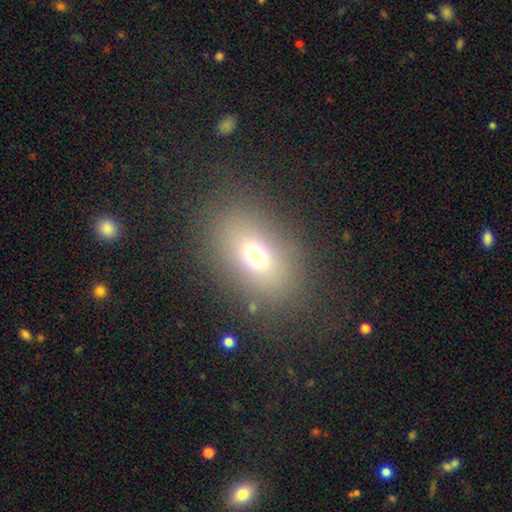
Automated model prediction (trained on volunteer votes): Smooth or featured: smooth — 69% (star or artifact — 16%)
How rounded: in between — 75% (round — 23%)
Merging: none — 81% (minor disturbance — 10%)